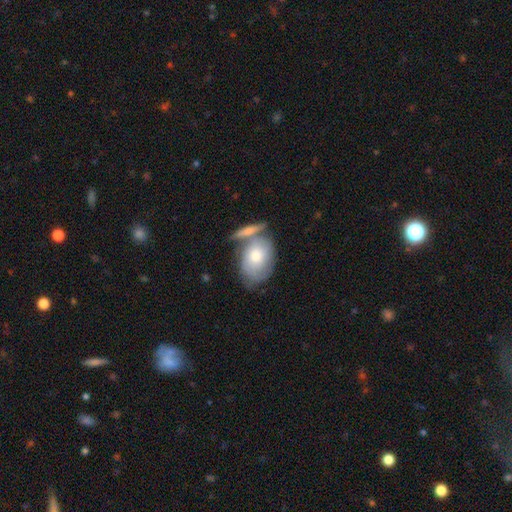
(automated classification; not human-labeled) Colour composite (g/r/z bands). It shows a smooth galaxy with no disk features (56%) that is in between round and cigar-shaped (77%). Merging: none (43%).